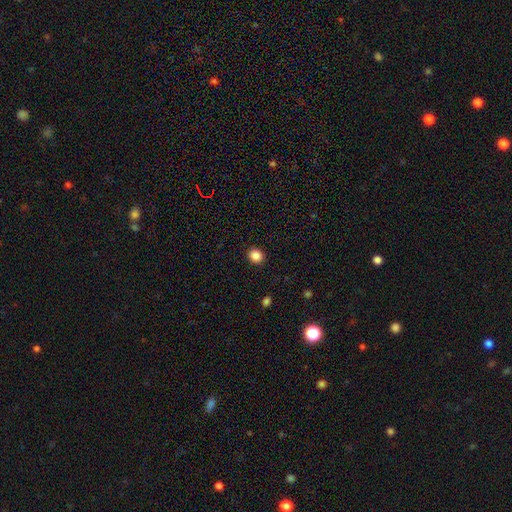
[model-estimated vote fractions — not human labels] Overall: smooth (86%). How rounded: round (76%). Merging: none (92%).